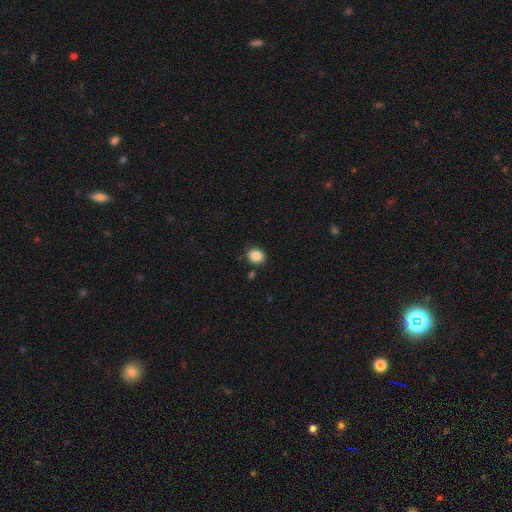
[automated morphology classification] The model was most divided on "how rounded": round: 55%, in between: 44%, cigar-shaped: 1%. More confident: smooth or featured — smooth (87%); merging — none (84%).